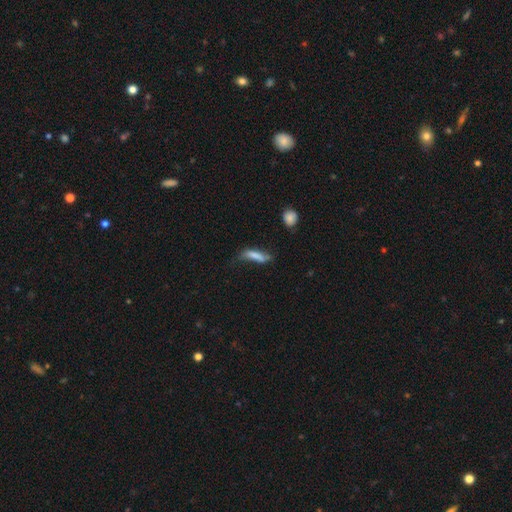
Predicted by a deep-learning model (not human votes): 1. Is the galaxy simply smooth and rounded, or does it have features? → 70% smooth, 22% featured or disk, 8% star or artifact.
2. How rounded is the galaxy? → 63% cigar-shaped, 34% in between, 3% round.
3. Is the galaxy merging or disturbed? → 36% none, 32% minor disturbance, 26% major disturbance, 6% merger.